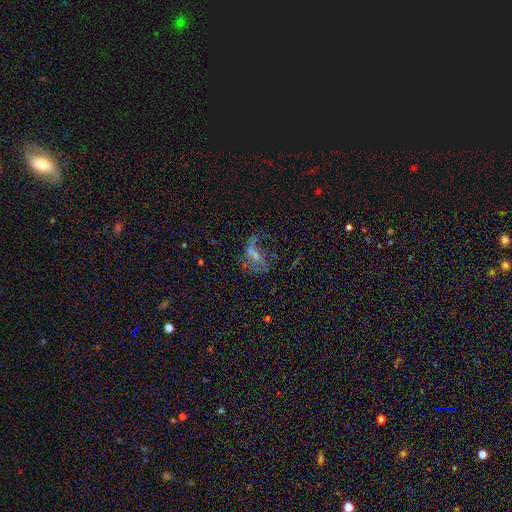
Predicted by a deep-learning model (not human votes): Smooth or featured: featured or disk — 51% (smooth — 27%)
Edge-on disk: no — 95% (yes — 5%)
Merging: major disturbance — 40% (none — 31%)